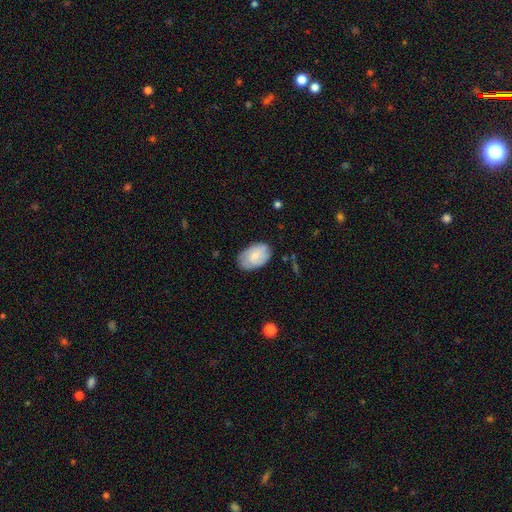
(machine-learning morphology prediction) smooth 71%, featured or disk 23%, star or artifact 6%. Down the decision tree: how rounded — in between (90%); merging — none (76%).